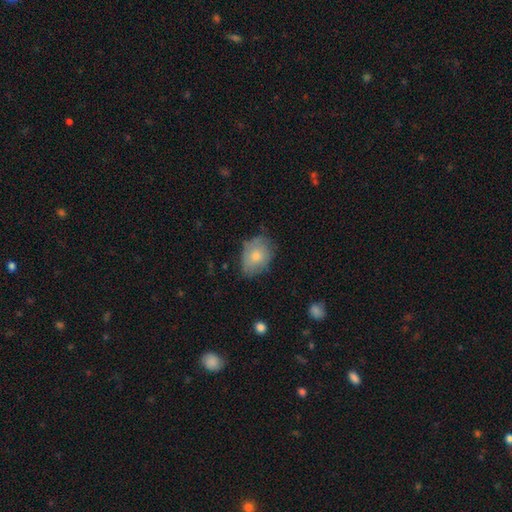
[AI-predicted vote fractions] Smooth or featured: smooth — 72% (featured or disk — 21%)
How rounded: in between — 70% (round — 29%)
Merging: none — 59% (minor disturbance — 31%)